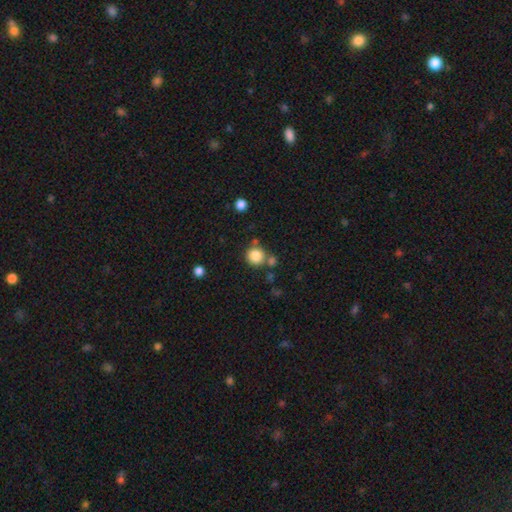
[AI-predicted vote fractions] The model was most divided on "merging": none: 70%, merger: 16%, minor disturbance: 10%, major disturbance: 4%. More confident: how rounded — round (93%); smooth or featured — smooth (84%).